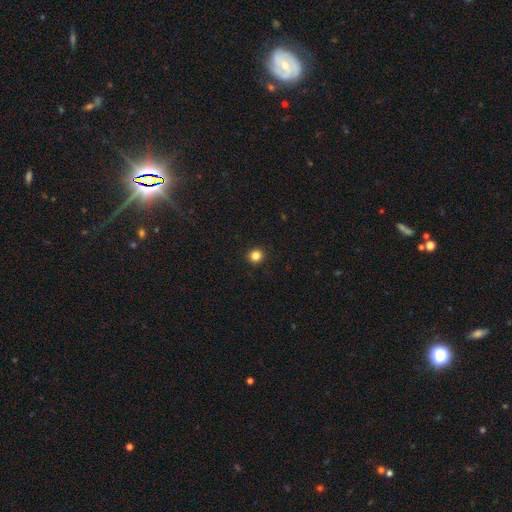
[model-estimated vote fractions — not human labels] Morphology: type=smooth (84%); roundness=round (93%); merging=none (93%).